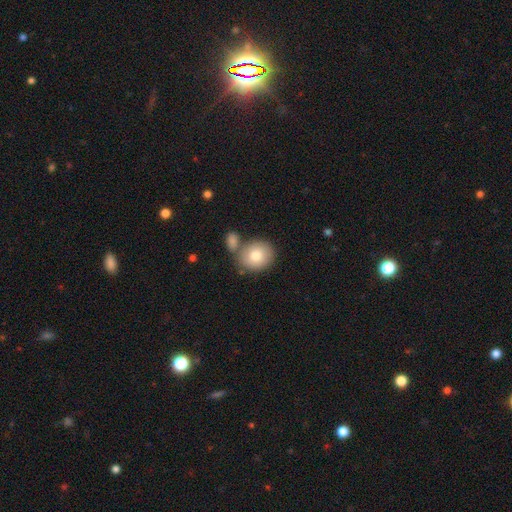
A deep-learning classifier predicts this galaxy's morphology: smooth 80%, featured or disk 13%, star or artifact 7%. Down the decision tree: how rounded — round (71%); merging — none (56%).